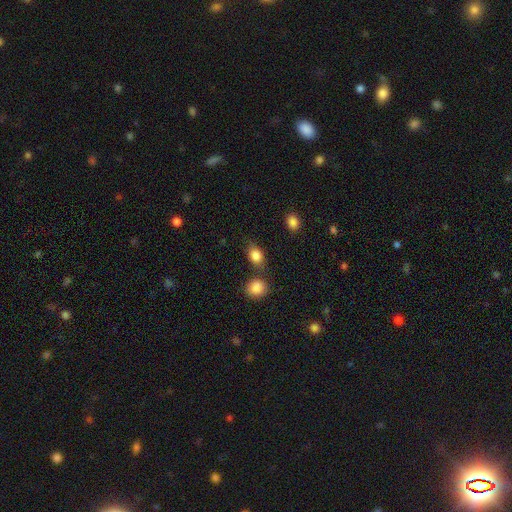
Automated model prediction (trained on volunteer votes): This is clearly a smooth galaxy (85%). How rounded: likely in between (69%). Merging: likely none (67%).